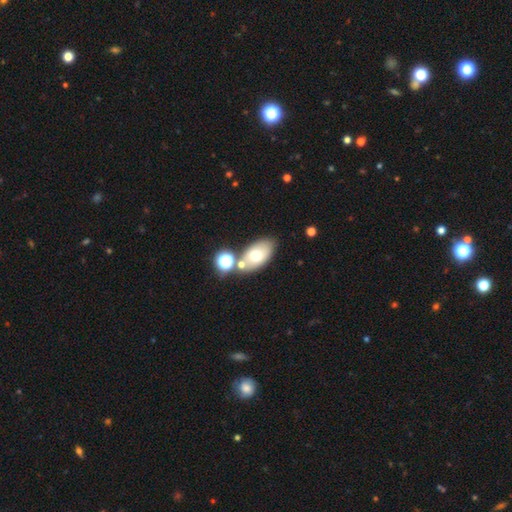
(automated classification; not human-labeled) Smooth or featured? Predicted: smooth (p=0.66). How rounded? Predicted: in between (p=0.90). Merging? Predicted: none (p=0.64).